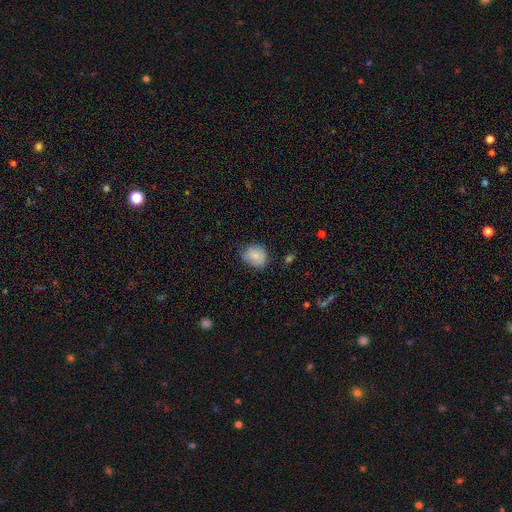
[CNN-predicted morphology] Smooth or featured? smooth (81%)
How rounded? round (65%)
Merging? none (62%)